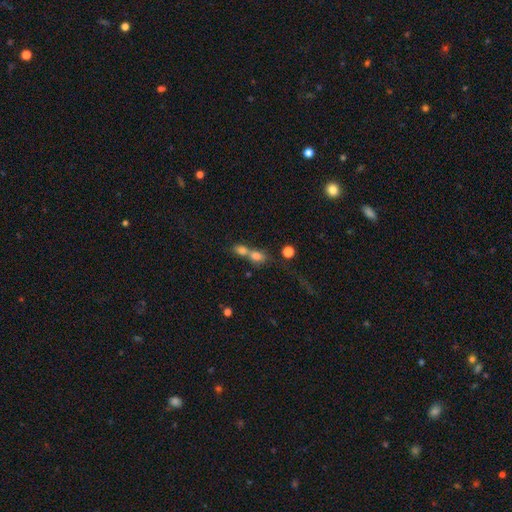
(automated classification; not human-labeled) smooth_or_featured: smooth (p=0.68) [alt: featured or disk p=0.17]
how_rounded: in between (p=0.51) [alt: round p=0.42]
merging: merger (p=0.70) [alt: none p=0.19]